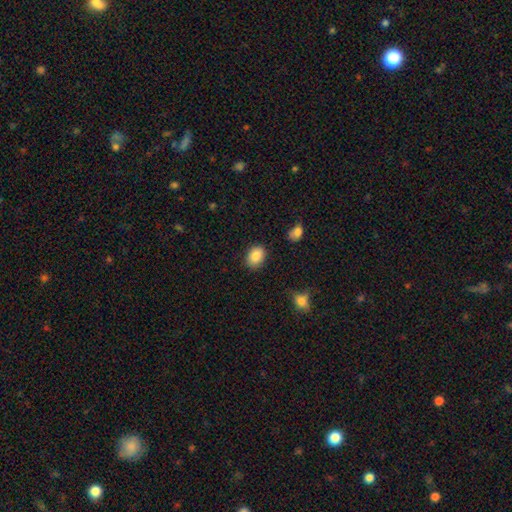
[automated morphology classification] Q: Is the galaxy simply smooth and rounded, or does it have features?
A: smooth — 86%.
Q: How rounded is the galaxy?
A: in between — 72%.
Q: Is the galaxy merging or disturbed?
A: none — 85%.